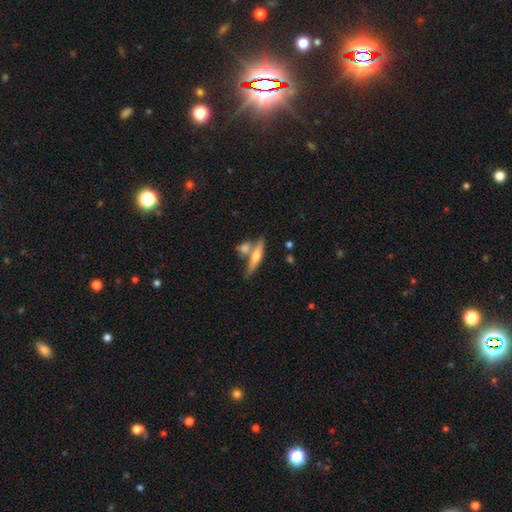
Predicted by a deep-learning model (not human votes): Smooth or featured?
  - featured or disk: 50% *
  - smooth: 44%
  - star or artifact: 7%
Merging?
  - none: 58% *
  - merger: 29%
  - minor disturbance: 10%
  - major disturbance: 3%